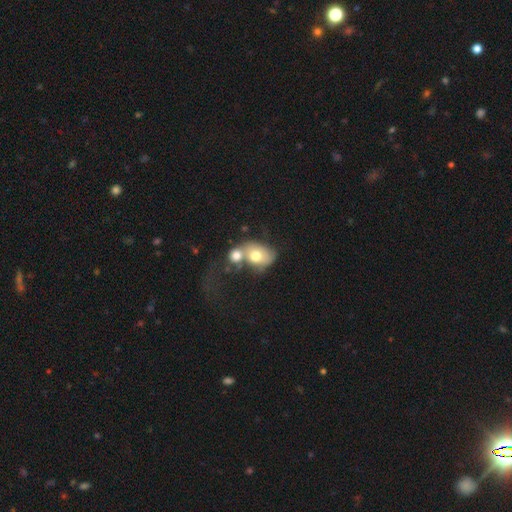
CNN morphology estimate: Q: Smooth or featured?
A: smooth (64%); runner-up: featured or disk (27%)
Q: How rounded?
A: in between (62%); runner-up: round (37%)
Q: Merging?
A: merger (64%); runner-up: none (17%)